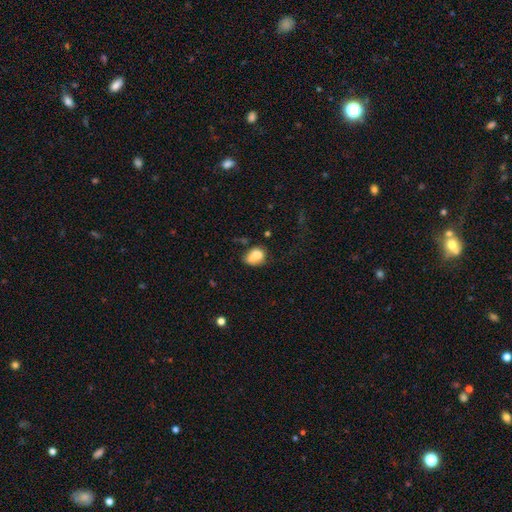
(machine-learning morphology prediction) A smooth galaxy with no disk features (67%) that is in between round and cigar-shaped (65%). Merging: merger (47%).